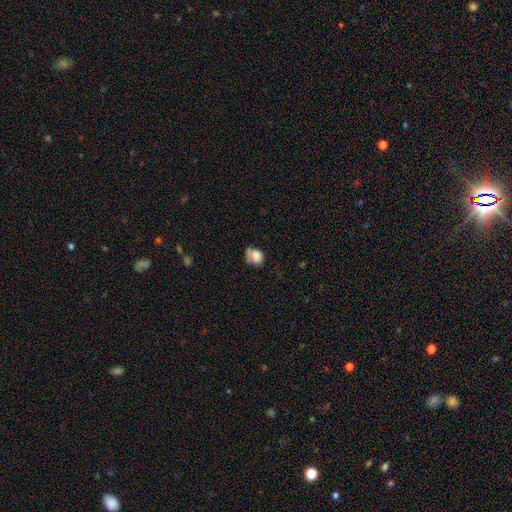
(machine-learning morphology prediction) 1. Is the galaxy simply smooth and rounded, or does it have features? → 76% smooth, 14% featured or disk, 10% star or artifact.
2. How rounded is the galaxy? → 56% in between, 42% round, 1% cigar-shaped.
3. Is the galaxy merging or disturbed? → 38% none, 30% minor disturbance, 18% major disturbance, 13% merger.